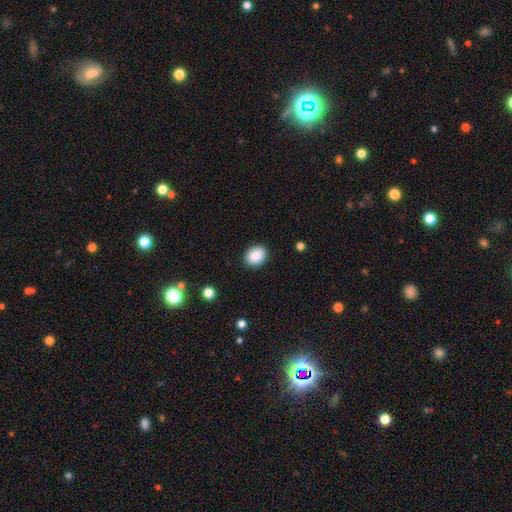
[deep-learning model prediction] Morphology: type=smooth (88%); roundness=in between (58%); merging=none (89%).